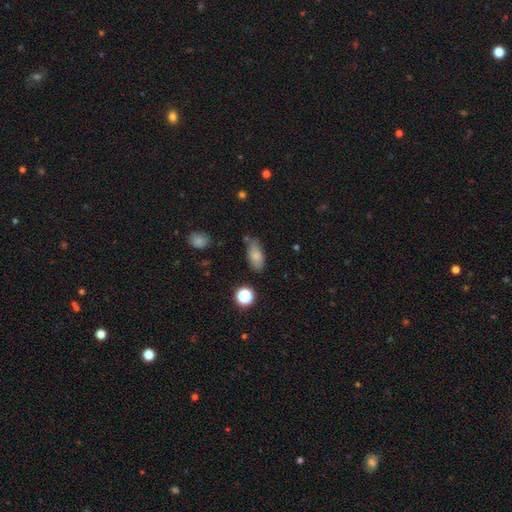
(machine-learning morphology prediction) Overall: smooth (78%). How rounded: in between (84%). Merging: none (68%).